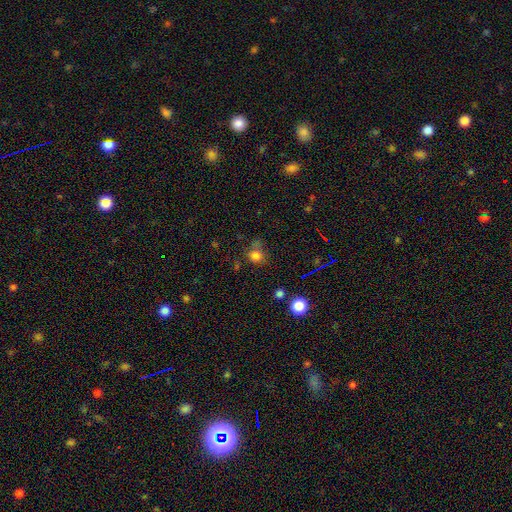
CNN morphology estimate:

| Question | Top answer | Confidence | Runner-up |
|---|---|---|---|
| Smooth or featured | smooth | 76% | star or artifact (17%) |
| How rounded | round | 80% | in between (19%) |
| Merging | none | 59% | minor disturbance (19%) |